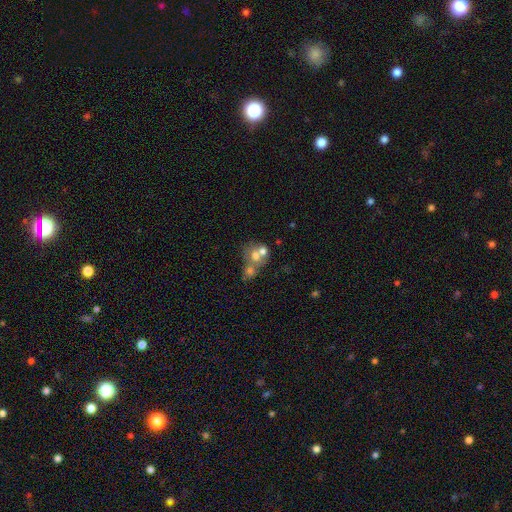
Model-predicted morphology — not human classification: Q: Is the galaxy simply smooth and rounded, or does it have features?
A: smooth — 57%.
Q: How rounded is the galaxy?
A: round — 68%.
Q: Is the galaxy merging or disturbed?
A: merger — 65%.